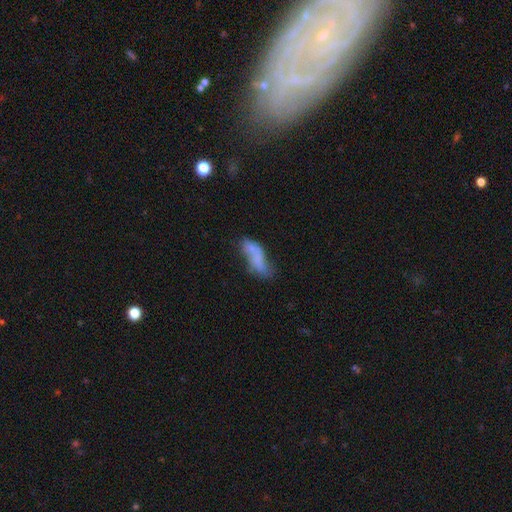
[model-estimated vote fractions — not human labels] Overall: smooth (61%; featured or disk 28%). How rounded: in between (66%; cigar-shaped 30%). Merging: none (33%; minor disturbance 26%).